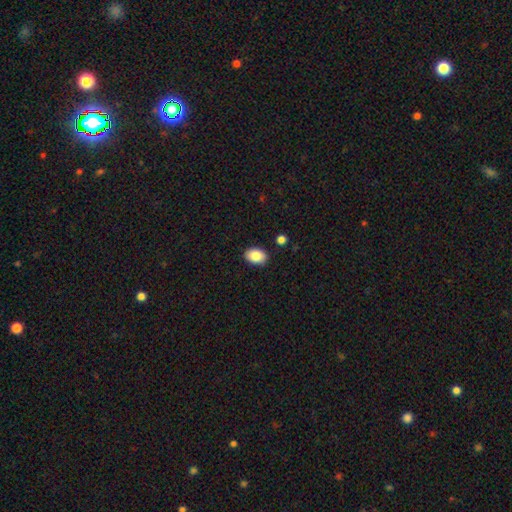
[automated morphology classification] This is clearly a smooth galaxy (86%). How rounded: clearly in between (83%). Merging: clearly none (88%).